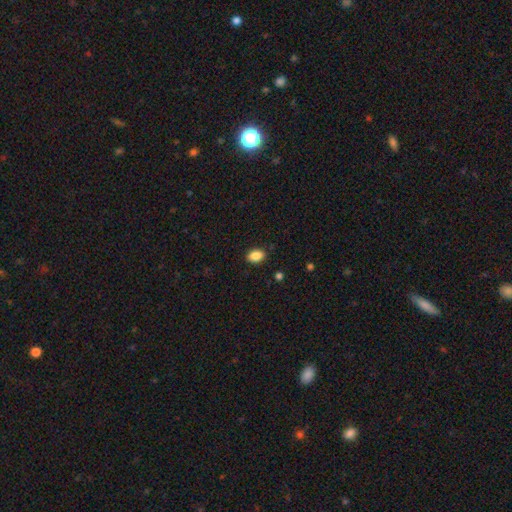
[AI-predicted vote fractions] This appears to be a smooth galaxy with no disk features (88%) that is in between round and cigar-shaped (81%). Merging: none (89%).